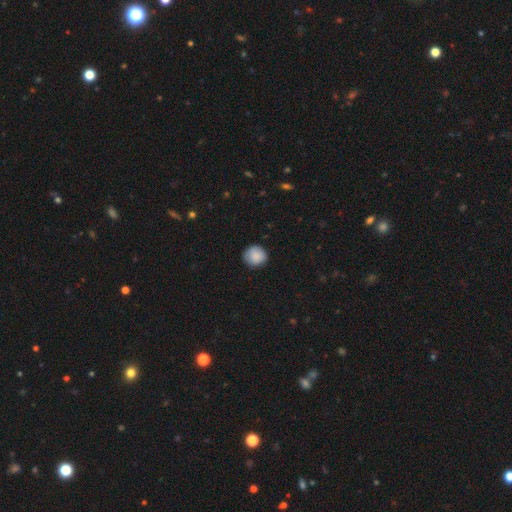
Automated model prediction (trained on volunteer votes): The model was most divided on "merging": none: 84%, minor disturbance: 12%, major disturbance: 2%, merger: 1%. More confident: how rounded — round (89%); smooth or featured — smooth (87%).